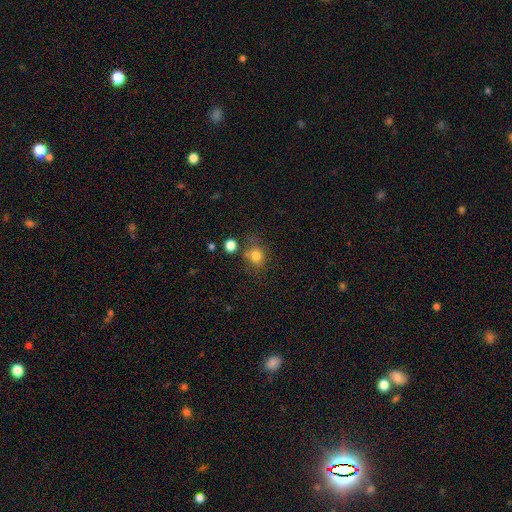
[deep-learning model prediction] smooth 79%, star or artifact 13%, featured or disk 8%. Down the decision tree: how rounded — round (68%); merging — none (64%).